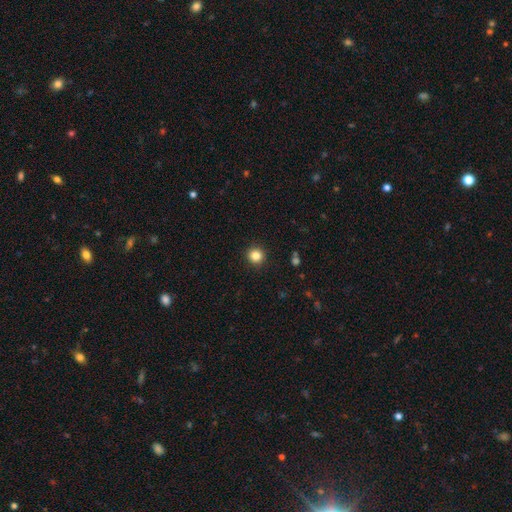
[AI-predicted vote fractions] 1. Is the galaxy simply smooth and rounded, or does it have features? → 84% smooth, 12% star or artifact, 5% featured or disk.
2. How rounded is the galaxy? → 95% round, 4% in between, 1% cigar-shaped.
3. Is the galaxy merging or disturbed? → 92% none, 5% minor disturbance, 2% major disturbance, 1% merger.